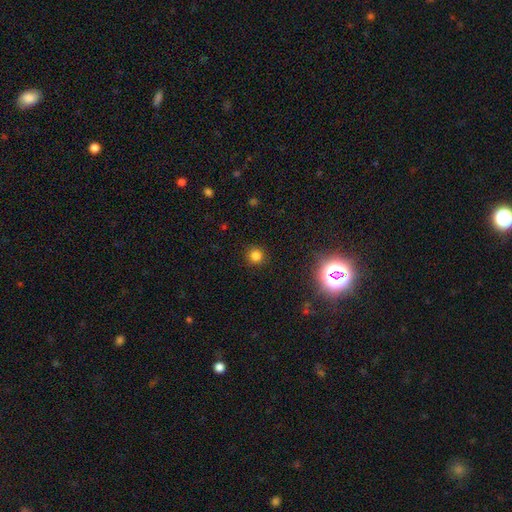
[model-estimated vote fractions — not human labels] smooth_or_featured: smooth (p=0.78) [alt: star or artifact p=0.17]
how_rounded: round (p=0.94) [alt: in between p=0.05]
merging: none (p=0.90) [alt: minor disturbance p=0.06]